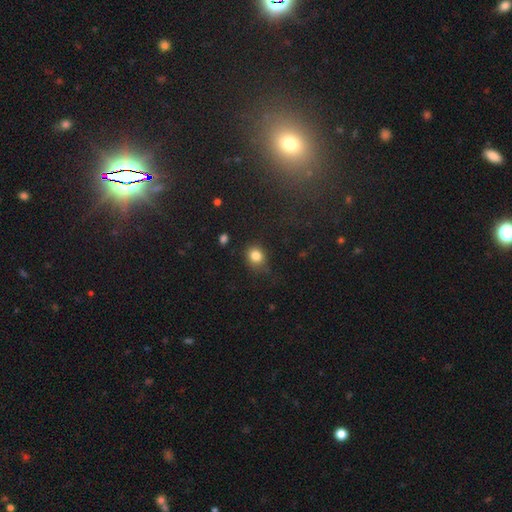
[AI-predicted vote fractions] Smooth or featured? smooth (83%)
How rounded? round (68%)
Merging? none (72%)